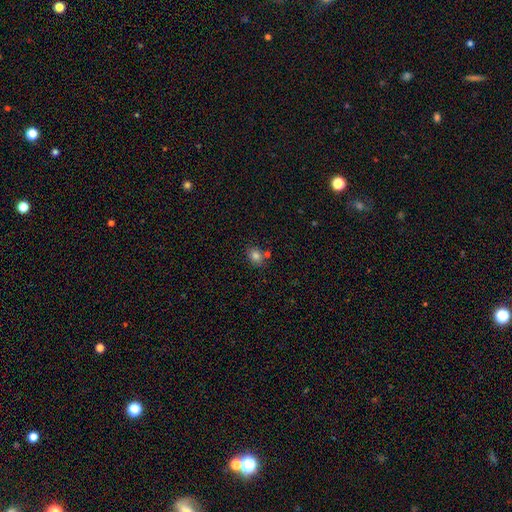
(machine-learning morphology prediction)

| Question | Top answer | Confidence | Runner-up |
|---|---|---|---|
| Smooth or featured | smooth | 82% | star or artifact (12%) |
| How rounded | in between | 53% | round (46%) |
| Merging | none | 71% | minor disturbance (13%) |